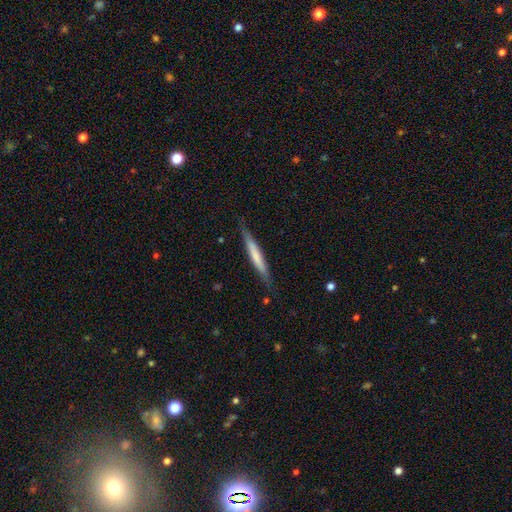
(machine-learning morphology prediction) Q: Smooth or featured?
A: smooth (58%); runner-up: featured or disk (36%)
Q: How rounded?
A: cigar-shaped (95%); runner-up: in between (4%)
Q: Merging?
A: none (83%); runner-up: minor disturbance (13%)